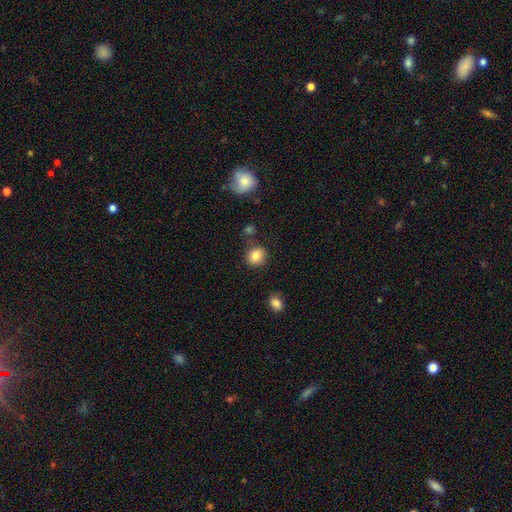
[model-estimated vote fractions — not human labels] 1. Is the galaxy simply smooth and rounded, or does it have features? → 84% smooth, 10% star or artifact, 6% featured or disk.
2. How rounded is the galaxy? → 79% round, 20% in between, 1% cigar-shaped.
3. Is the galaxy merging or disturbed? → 82% none, 10% minor disturbance, 5% merger, 3% major disturbance.